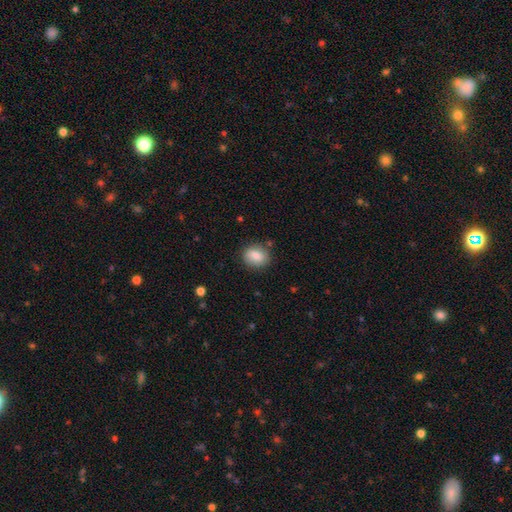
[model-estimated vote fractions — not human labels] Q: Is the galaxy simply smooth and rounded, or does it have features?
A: smooth — 82%.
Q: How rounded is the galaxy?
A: round — 63%.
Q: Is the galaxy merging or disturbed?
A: none — 81%.